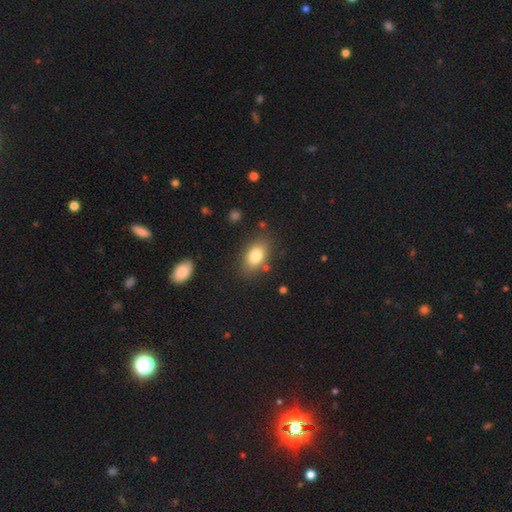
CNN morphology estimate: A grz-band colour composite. It shows a smooth galaxy with no disk features (81%) that is in between round and cigar-shaped (87%). Merging: none (80%).